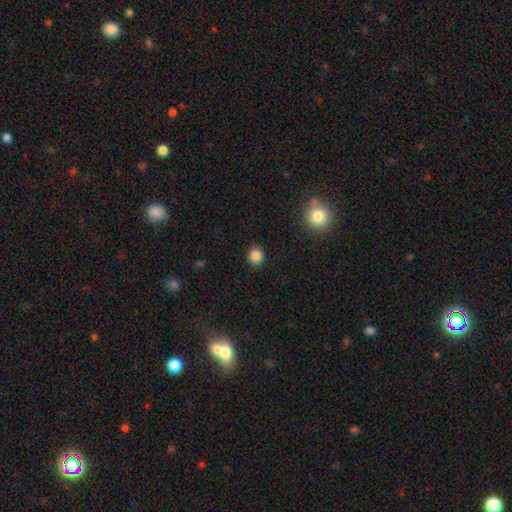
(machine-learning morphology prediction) This appears to be a smooth galaxy with no disk features (85%) that is round (81%). Merging: none (89%).